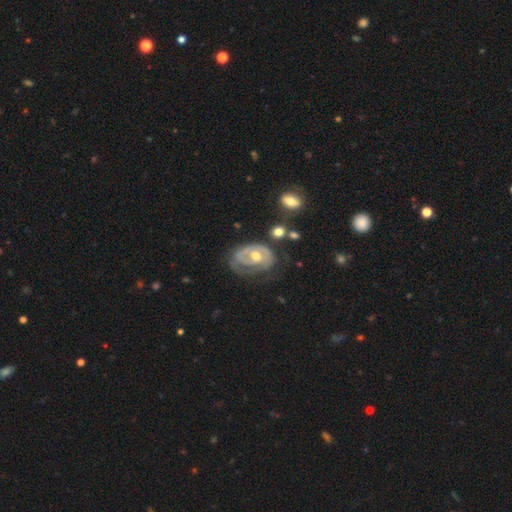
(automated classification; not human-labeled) Overall: featured or disk (72%). Edge-on disk: no (96%). Bar: no (65%; weak 27%). Spiral arms: yes (61%; no 39%). Bulge size: moderate (73%). Merging: none (42%; minor disturbance 27%).